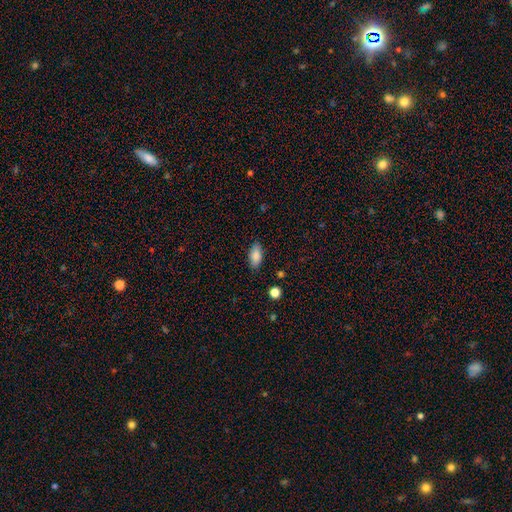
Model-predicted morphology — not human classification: Smooth or featured? smooth (86%)
How rounded? in between (88%)
Merging? none (85%)